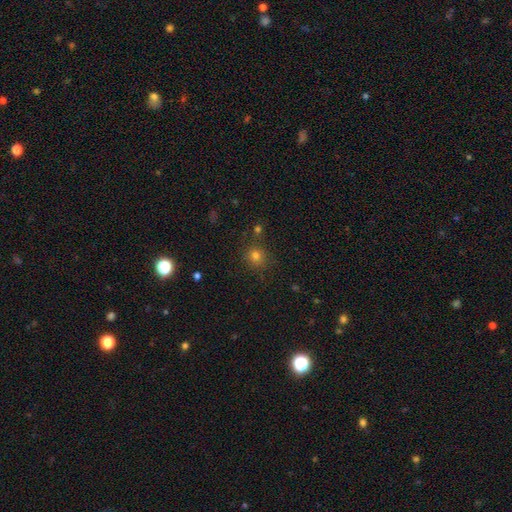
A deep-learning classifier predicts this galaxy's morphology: Q: Smooth or featured?
A: smooth (73%); runner-up: star or artifact (21%)
Q: How rounded?
A: round (91%); runner-up: in between (8%)
Q: Merging?
A: none (83%); runner-up: minor disturbance (9%)